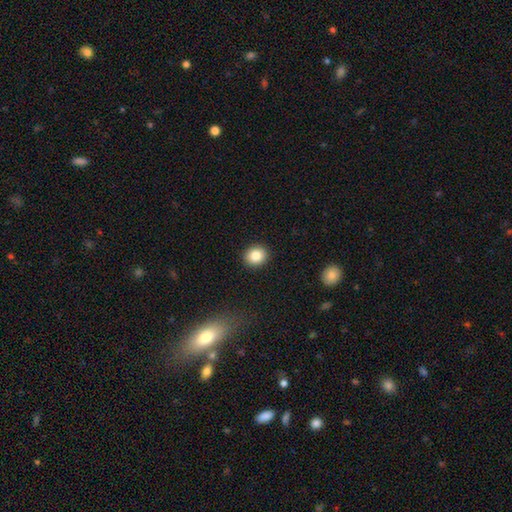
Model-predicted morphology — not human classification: smooth 84%, star or artifact 9%, featured or disk 6%. Down the decision tree: how rounded — round (73%); merging — none (92%).